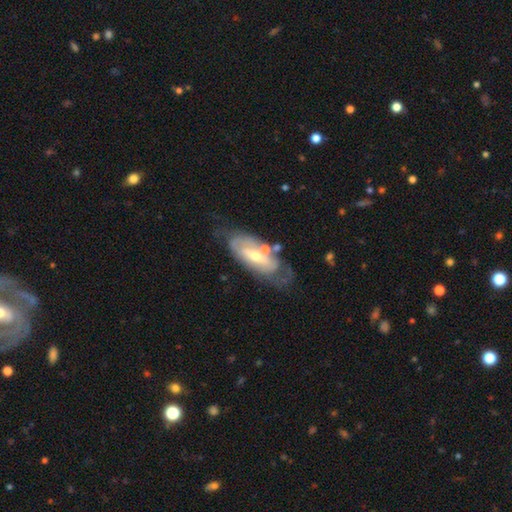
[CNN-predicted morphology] A featured or disk galaxy (75%) with no bar (39%), spiral arms (75%) and a moderate central bulge (51%). Merging: none (58%).